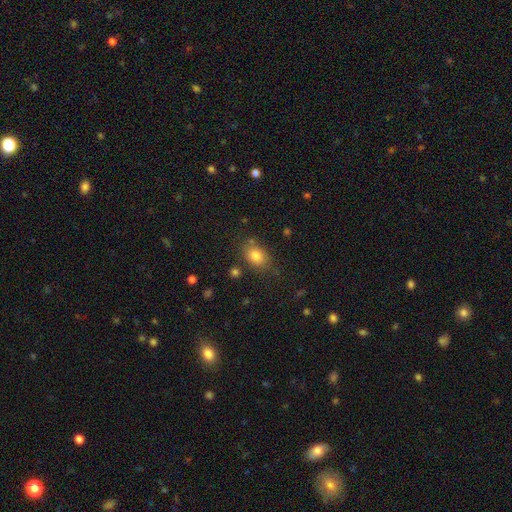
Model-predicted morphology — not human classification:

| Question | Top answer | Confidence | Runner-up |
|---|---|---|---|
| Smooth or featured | smooth | 81% | star or artifact (11%) |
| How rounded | in between | 71% | round (27%) |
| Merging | none | 75% | minor disturbance (15%) |